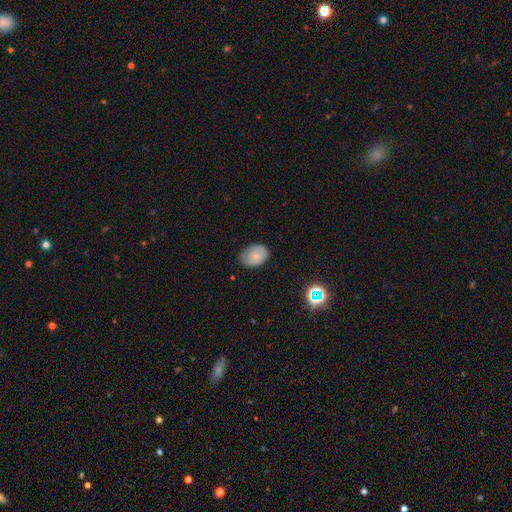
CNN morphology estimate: This is likely a smooth galaxy (73%). How rounded: likely in between (73%). Merging: likely none (76%).